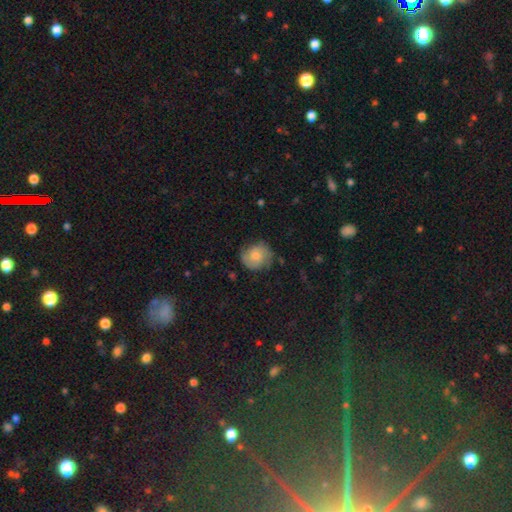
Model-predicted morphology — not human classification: smooth-or-featured: featured or disk: 46% (tied) | smooth: 46% (tied) | star or artifact: 8%
  merging: none: 69% | minor disturbance: 21% | major disturbance: 8% | merger: 1%